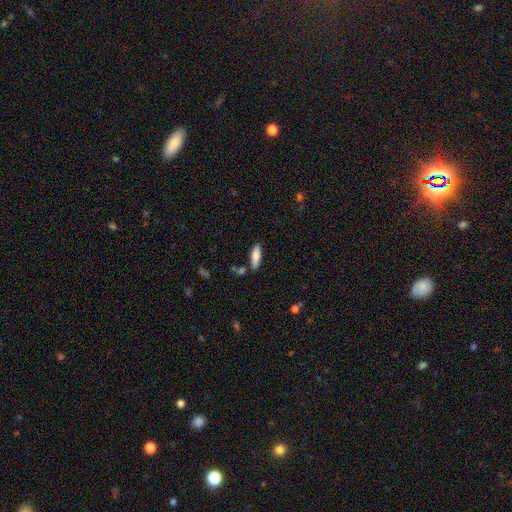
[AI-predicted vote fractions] A smooth galaxy with no disk features (82%) that is in between round and cigar-shaped (50%). Merging: none (78%).